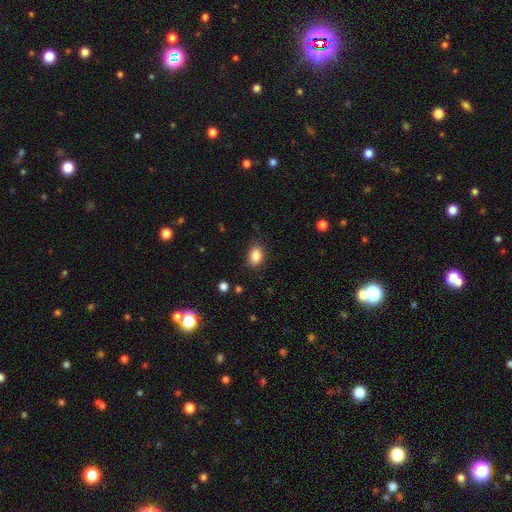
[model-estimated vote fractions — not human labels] Smooth or featured? Predicted: smooth (p=0.86). How rounded? Predicted: in between (p=0.79). Merging? Predicted: none (p=0.85).